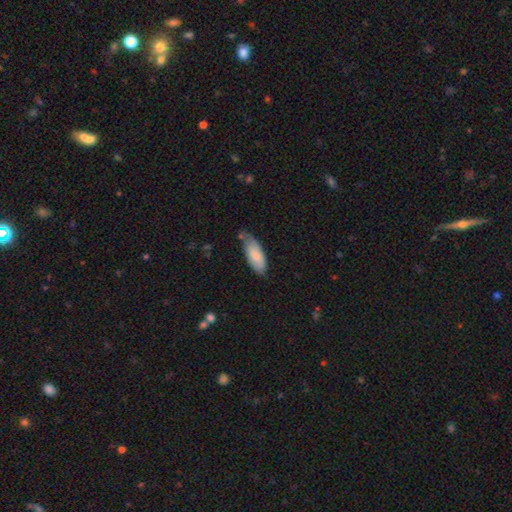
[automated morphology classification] smooth 77%, featured or disk 17%, star or artifact 6%. Down the decision tree: how rounded — in between (81%); merging — none (53%).